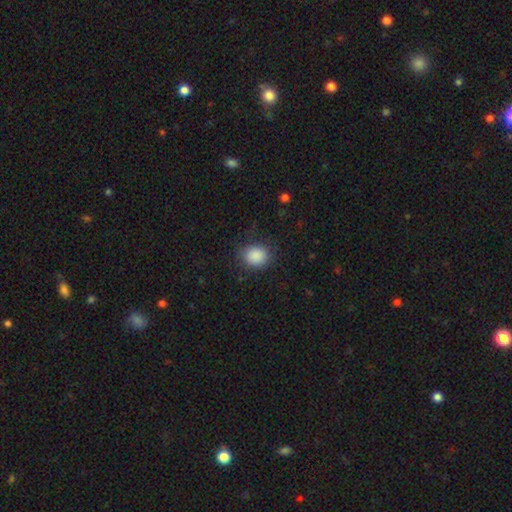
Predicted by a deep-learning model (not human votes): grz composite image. It shows a smooth galaxy with no disk features (88%) that is round (63%). Merging: none (81%).